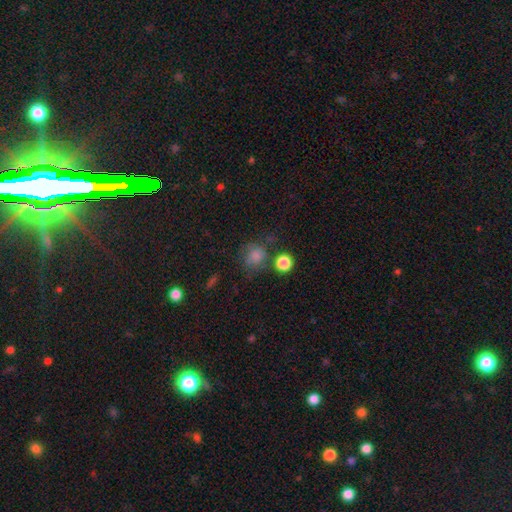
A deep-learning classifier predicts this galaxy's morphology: smooth 78%, star or artifact 13%, featured or disk 9%. Down the decision tree: how rounded — round (81%); merging — none (59%).